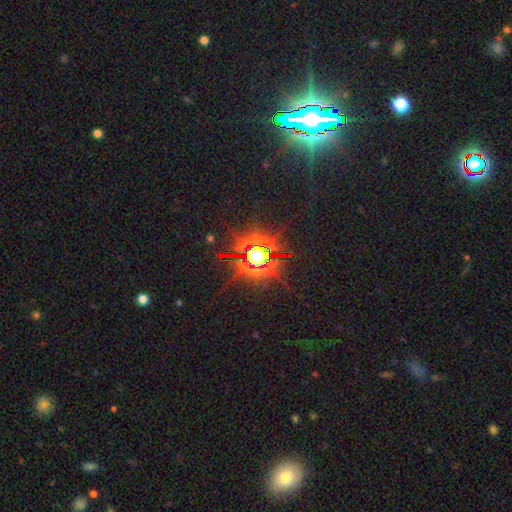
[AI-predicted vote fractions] This is clearly a star or artifact rather than a galaxy (82%).